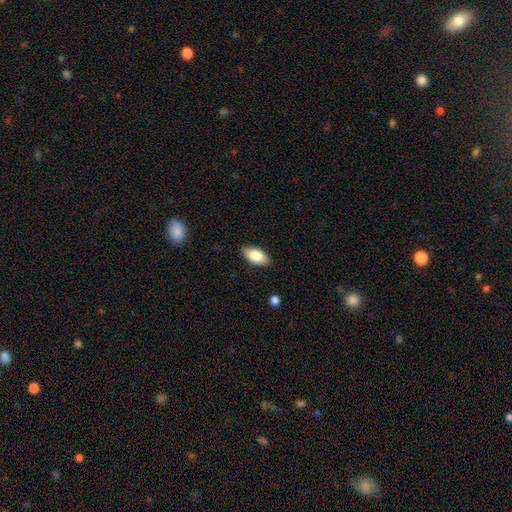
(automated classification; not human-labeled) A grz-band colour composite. It shows a smooth galaxy with no disk features (80%) that is in between round and cigar-shaped (92%). Merging: none (86%).